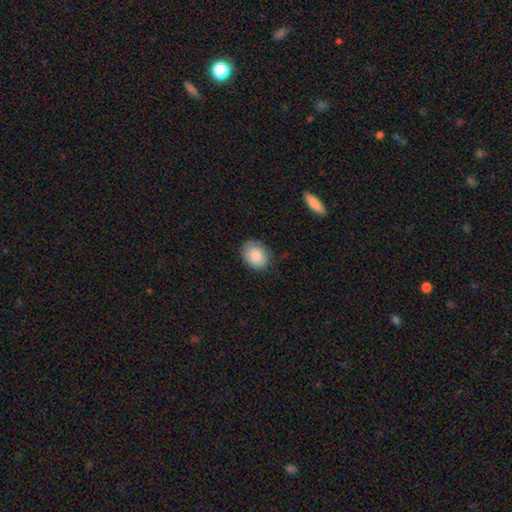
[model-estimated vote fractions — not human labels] Smooth or featured? smooth (86%)
How rounded? in between (64%)
Merging? none (80%)